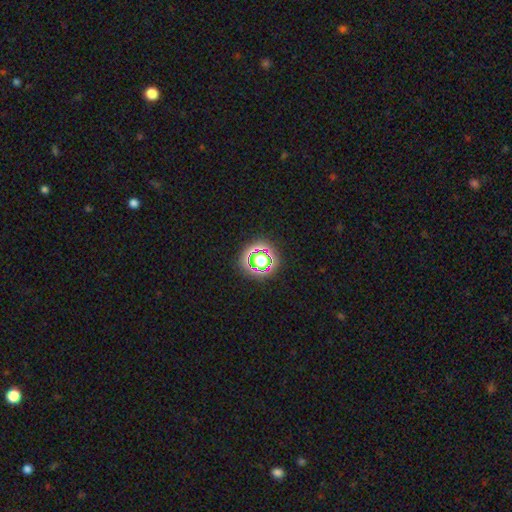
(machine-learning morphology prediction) smooth-or-featured: star or artifact: 48% | smooth: 39% | featured or disk: 13%